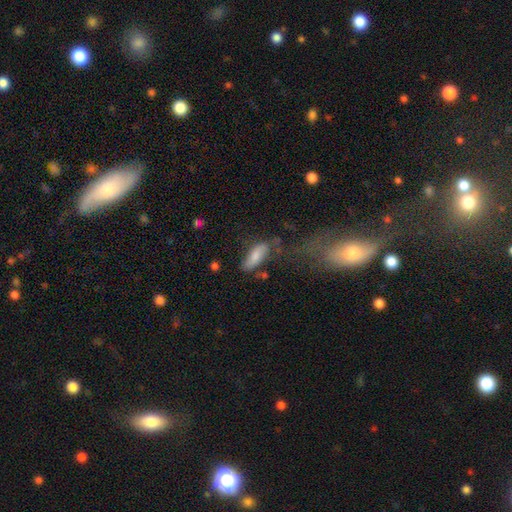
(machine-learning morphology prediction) smooth_or_featured: smooth (p=0.73) [alt: featured or disk p=0.20]
how_rounded: in between (p=0.71) [alt: cigar-shaped p=0.27]
merging: none (p=0.60) [alt: minor disturbance p=0.23]